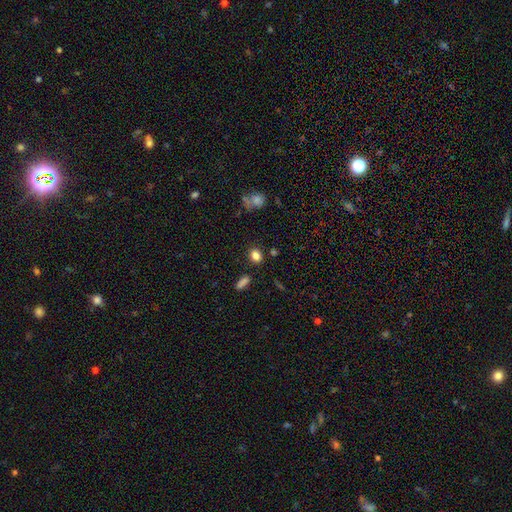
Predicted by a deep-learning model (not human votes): smooth-or-featured: smooth: 84% | star or artifact: 11% | featured or disk: 5%
  how-rounded: in between: 53% | round: 45% | cigar-shaped: 2%
  merging: none: 84% | minor disturbance: 9% | merger: 4% | major disturbance: 3%